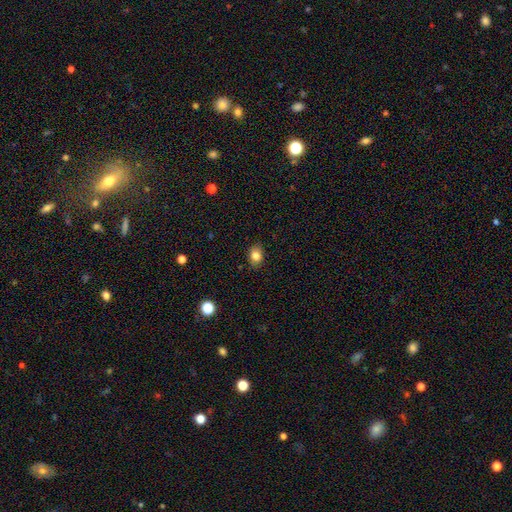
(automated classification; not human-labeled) Morphology: type=smooth (82%); roundness=in between (65%); merging=none (85%).